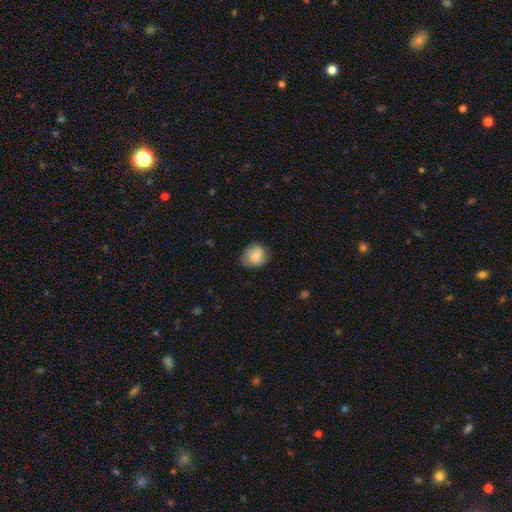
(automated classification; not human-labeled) smooth-or-featured: smooth: 84% | featured or disk: 9% | star or artifact: 8%
  how-rounded: round: 80% | in between: 20% | cigar-shaped: 1%
  merging: none: 72% | minor disturbance: 23% | major disturbance: 4% | merger: 1%